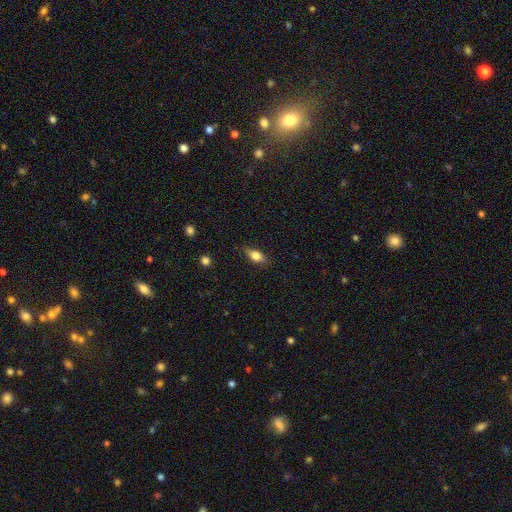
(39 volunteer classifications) smooth 77%, featured or disk 18%, star or artifact 5%. Down the decision tree: how rounded — in between (83%); merging — none (70%).